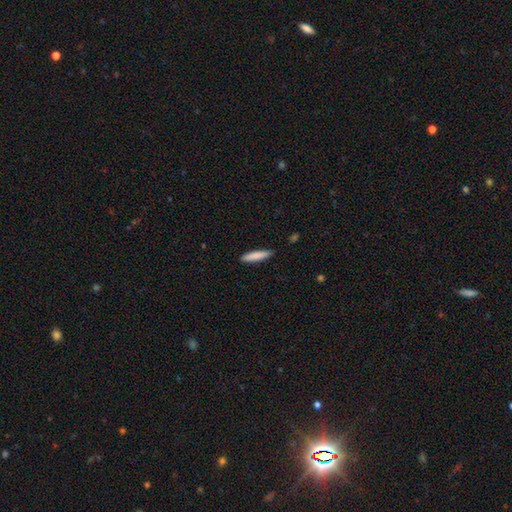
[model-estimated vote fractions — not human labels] A smooth galaxy with no disk features (84%) that is cigar-shaped (83%).

Vote fractions:
- Smooth or featured? smooth: 84% / featured or disk: 10% / star or artifact: 6%
- How rounded? cigar-shaped: 83% / in between: 15% / round: 1%
- Merging? none: 88% / minor disturbance: 10% / major disturbance: 2% / merger: 1%